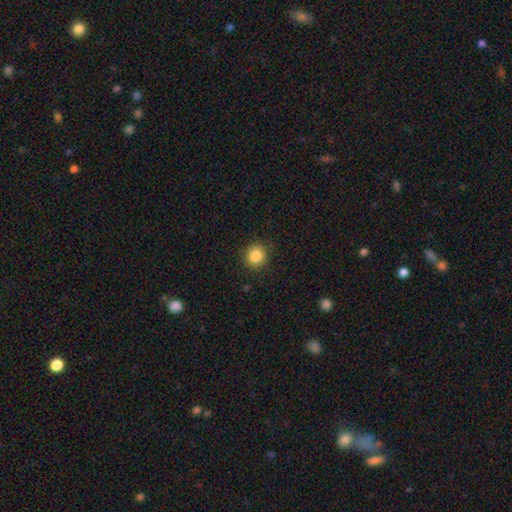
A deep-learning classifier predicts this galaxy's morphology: The model was most divided on "smooth or featured": smooth: 86%, star or artifact: 10%, featured or disk: 4%. More confident: how rounded — round (90%); merging — none (90%).